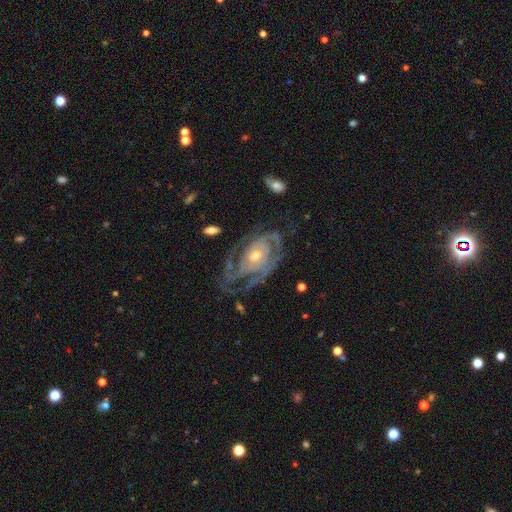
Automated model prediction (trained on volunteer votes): smooth_or_featured: featured or disk (p=0.88) [alt: smooth p=0.06]
disk_edge_on: no (p=0.96) [alt: yes p=0.04]
bar: no (p=0.75) [alt: weak p=0.19]
has_spiral_arms: yes (p=0.94) [alt: no p=0.06]
spiral_winding: tight (p=0.60) [alt: medium p=0.31]
spiral_arm_count: can't tell (p=0.30) [alt: 2 p=0.25]
bulge_size: moderate (p=0.50) [alt: small p=0.44]
merging: none (p=0.58) [alt: minor disturbance p=0.21]